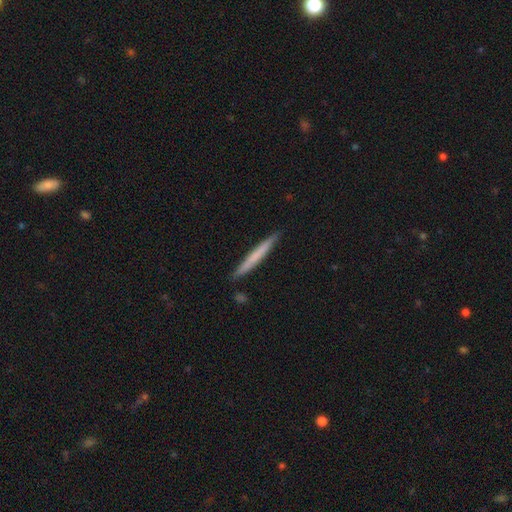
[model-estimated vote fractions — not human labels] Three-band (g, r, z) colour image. It shows a smooth galaxy with no disk features (62%) that is cigar-shaped (97%). Merging: none (91%).